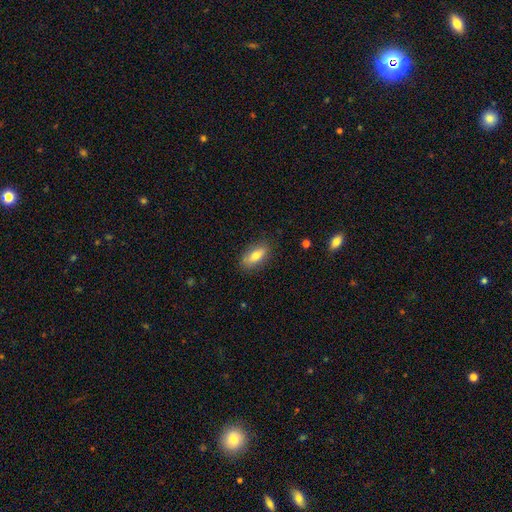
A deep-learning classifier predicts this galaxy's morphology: This is likely a smooth galaxy (74%). How rounded: likely in between (80%). Merging: clearly none (83%).